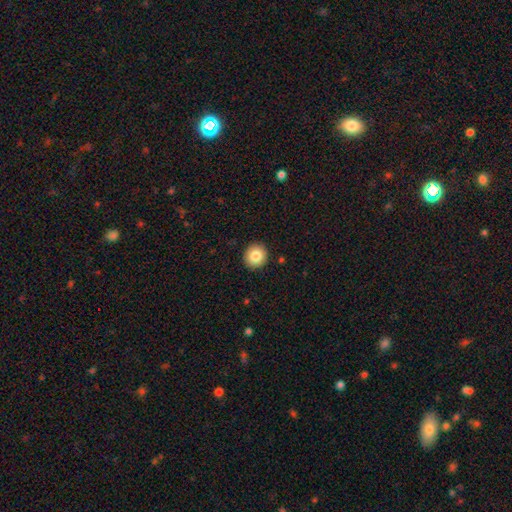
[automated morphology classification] The model was most divided on "smooth or featured": smooth: 84%, star or artifact: 9%, featured or disk: 7%. More confident: merging — none (92%); how rounded — round (91%).